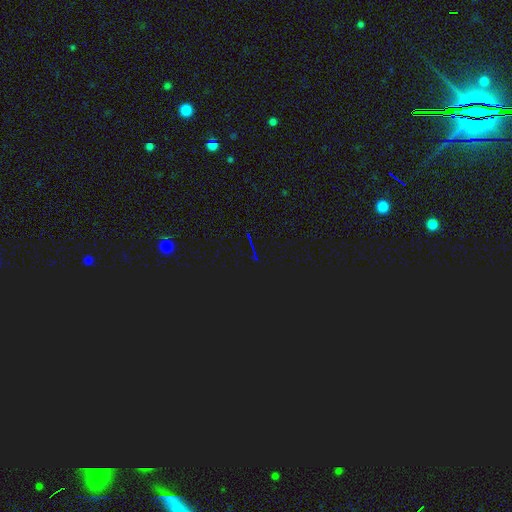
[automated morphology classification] Smooth or featured: star or artifact — 81% (smooth — 10%)